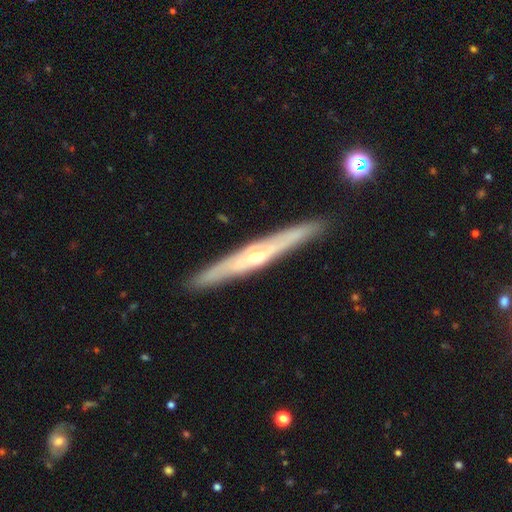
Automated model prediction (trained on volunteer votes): The model was most divided on "smooth or featured": featured or disk: 74%, smooth: 21%, star or artifact: 6%. More confident: edge-on disk — yes (93%); merging — none (90%); edge-on bulge — rounded (74%).